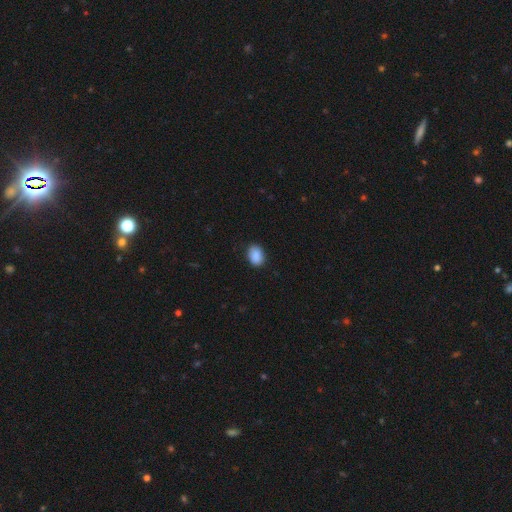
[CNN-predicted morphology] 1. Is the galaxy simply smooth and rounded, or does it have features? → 90% smooth, 8% star or artifact, 3% featured or disk.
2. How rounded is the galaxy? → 73% in between, 26% round, 1% cigar-shaped.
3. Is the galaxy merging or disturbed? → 85% none, 11% minor disturbance, 2% major disturbance, 1% merger.